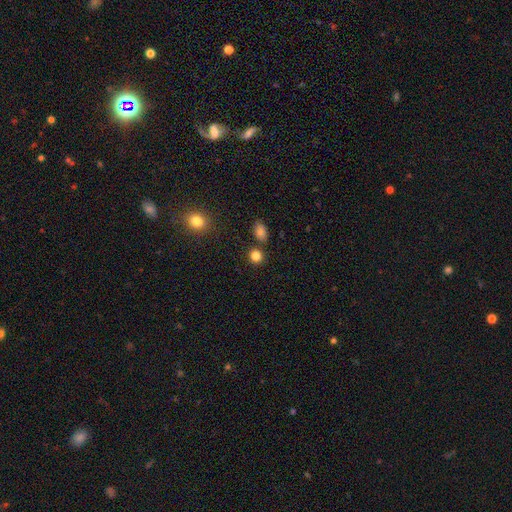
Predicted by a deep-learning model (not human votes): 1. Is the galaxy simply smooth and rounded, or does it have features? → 84% smooth, 12% star or artifact, 4% featured or disk.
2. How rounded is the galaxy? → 84% round, 15% in between, 1% cigar-shaped.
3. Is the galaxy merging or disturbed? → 80% none, 9% merger, 8% minor disturbance, 3% major disturbance.